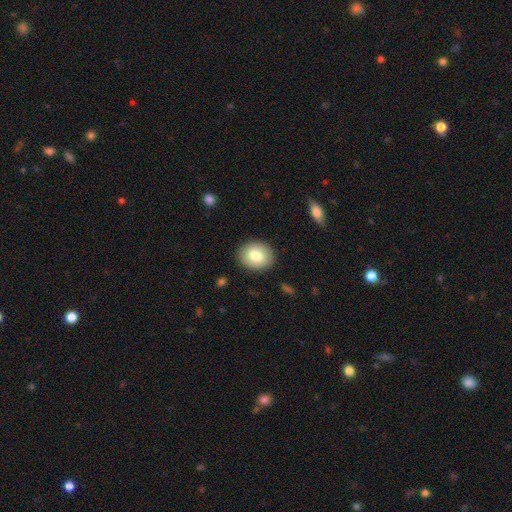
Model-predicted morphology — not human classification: Smooth or featured? smooth (78%)
How rounded? round (55%)
Merging? none (89%)